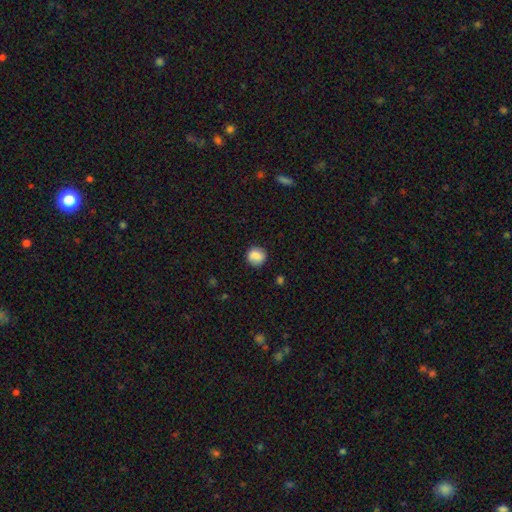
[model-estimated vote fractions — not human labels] smooth 84%, star or artifact 9%, featured or disk 7%. Down the decision tree: how rounded — round (88%); merging — none (87%).